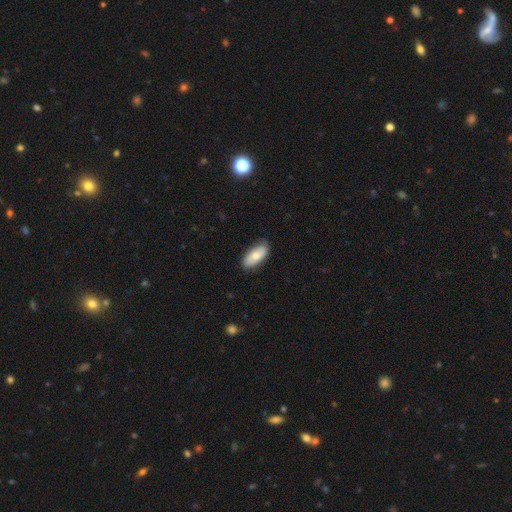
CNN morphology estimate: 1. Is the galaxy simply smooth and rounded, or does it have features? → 73% smooth, 22% featured or disk, 6% star or artifact.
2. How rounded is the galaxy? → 89% in between, 9% cigar-shaped, 2% round.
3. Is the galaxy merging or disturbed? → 83% none, 13% minor disturbance, 2% major disturbance, 1% merger.